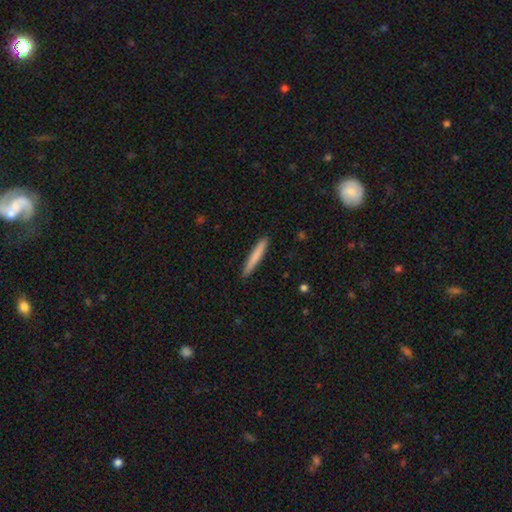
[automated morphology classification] This appears to be a smooth galaxy with no disk features (79%) that is cigar-shaped (96%). Merging: none (90%).